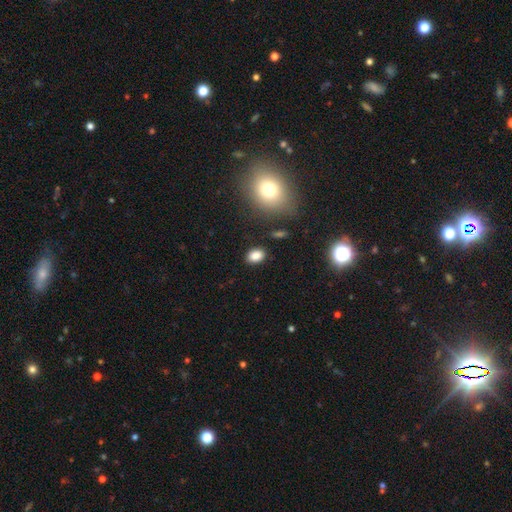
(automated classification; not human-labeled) Smooth or featured: smooth — 85% (star or artifact — 10%)
How rounded: in between — 77% (round — 21%)
Merging: none — 85% (minor disturbance — 10%)